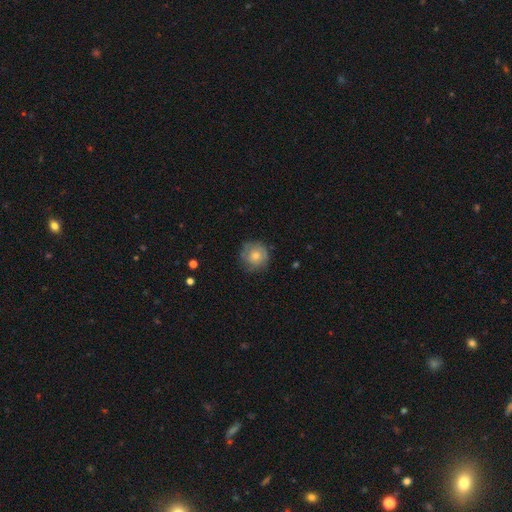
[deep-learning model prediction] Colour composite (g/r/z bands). It shows a smooth galaxy with no disk features (59%) that is round (91%). Merging: none (72%).